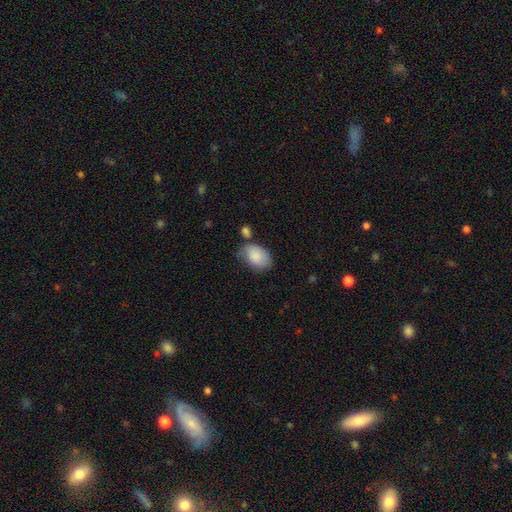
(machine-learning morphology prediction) Smooth or featured: smooth — 84% (featured or disk — 9%)
How rounded: in between — 85% (round — 14%)
Merging: none — 48% (minor disturbance — 32%)